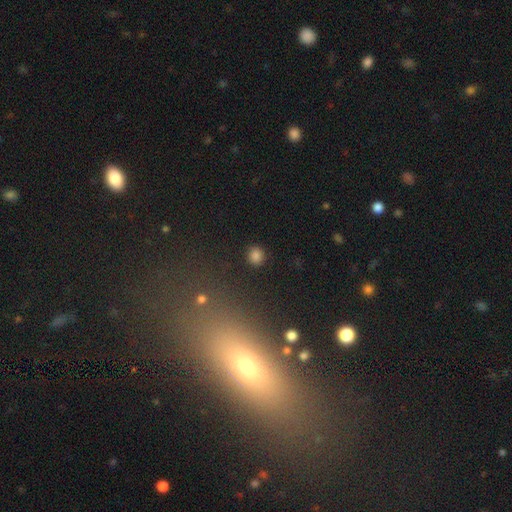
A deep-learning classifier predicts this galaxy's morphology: Smooth or featured: smooth — 82% (star or artifact — 14%)
How rounded: round — 88% (in between — 11%)
Merging: none — 89% (minor disturbance — 7%)